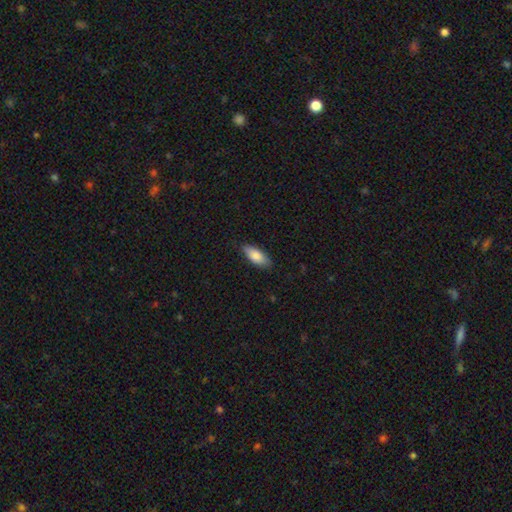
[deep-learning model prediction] Morphology: type=smooth (85%); roundness=in between (81%); merging=none (84%).